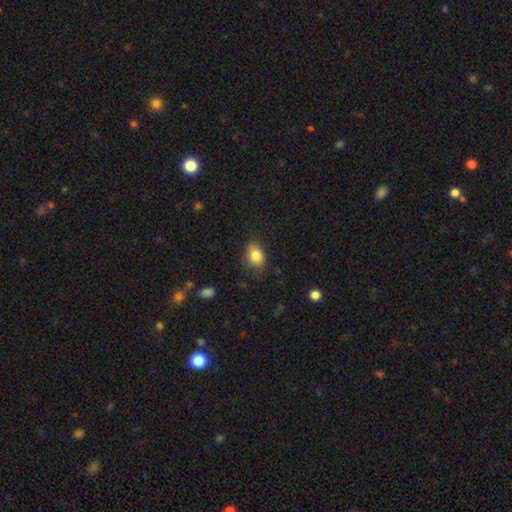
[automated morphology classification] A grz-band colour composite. It shows a smooth galaxy with no disk features (84%) that is in between round and cigar-shaped (72%). Merging: none (78%).